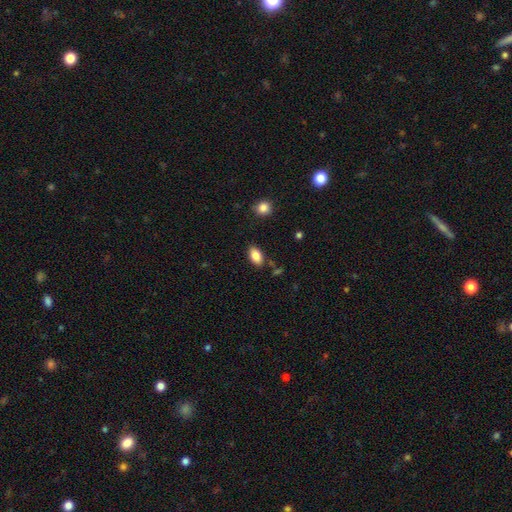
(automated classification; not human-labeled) A smooth galaxy with no disk features (84%) that is in between round and cigar-shaped (92%). Merging: none (83%).